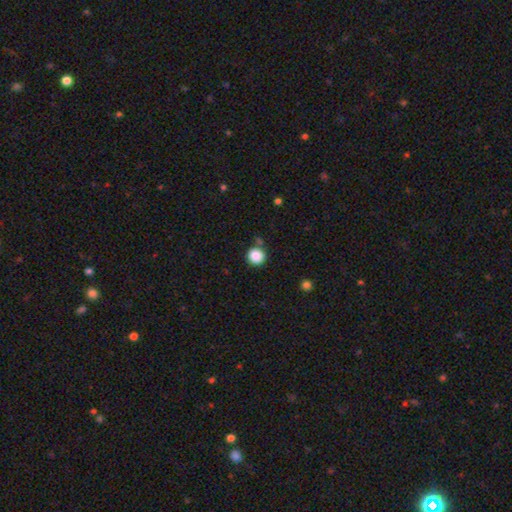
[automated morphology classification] This appears to be a smooth galaxy with no disk features (87%) that is round (93%). Merging: none (79%).